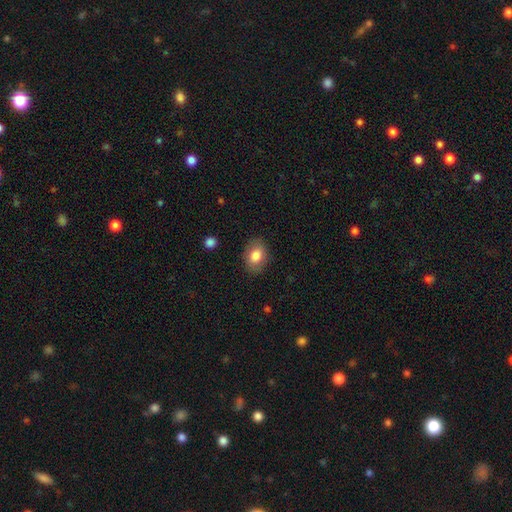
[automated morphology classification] Overall: smooth (81%). How rounded: in between (74%). Merging: none (84%).